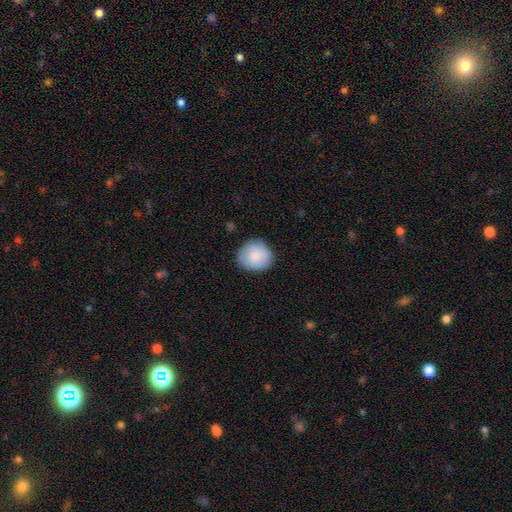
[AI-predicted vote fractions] The model was most divided on "how rounded": round: 82%, in between: 17%, cigar-shaped: 1%. More confident: merging — none (83%); smooth or featured — smooth (83%).